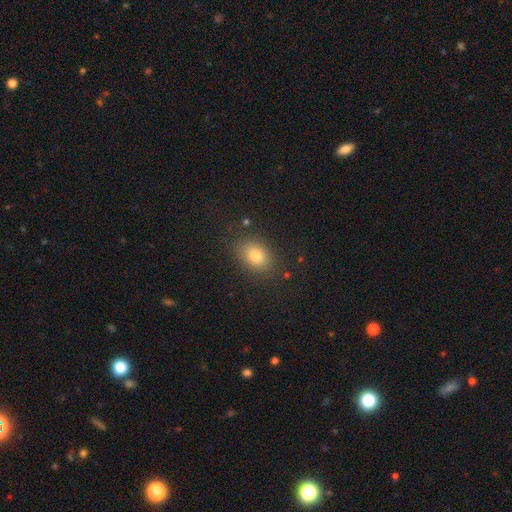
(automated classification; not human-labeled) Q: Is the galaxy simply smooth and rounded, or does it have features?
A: smooth — 79%.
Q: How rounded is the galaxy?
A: in between — 70%.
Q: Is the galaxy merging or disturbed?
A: none — 84%.